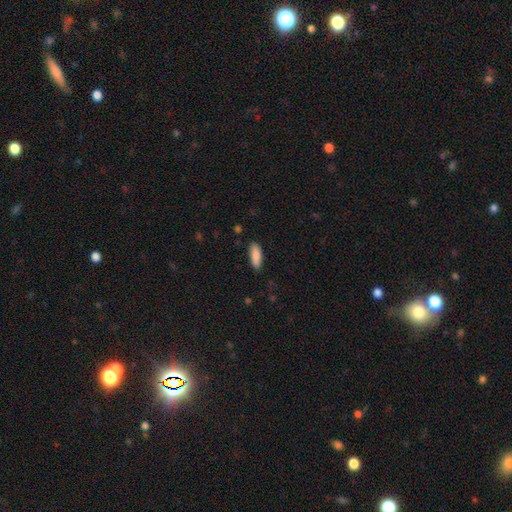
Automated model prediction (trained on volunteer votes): A smooth galaxy with no disk features (88%) that is in between round and cigar-shaped (57%).

Vote fractions:
- Smooth or featured? smooth: 88% / star or artifact: 6% / featured or disk: 5%
- How rounded? in between: 57% / cigar-shaped: 41% / round: 2%
- Merging? none: 86% / minor disturbance: 10% / major disturbance: 2% / merger: 1%